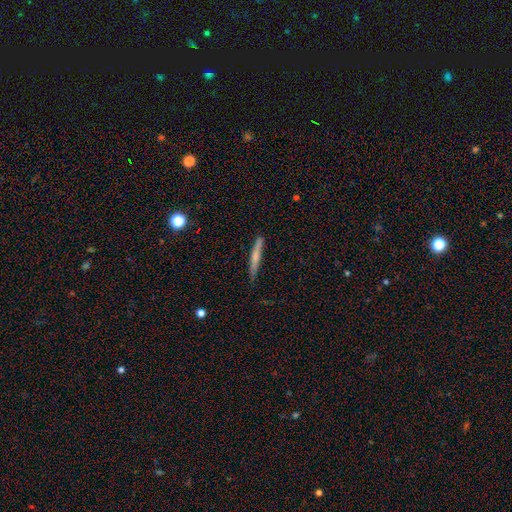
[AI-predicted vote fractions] Smooth or featured: smooth — 58% (featured or disk — 35%)
How rounded: cigar-shaped — 94% (in between — 4%)
Merging: none — 81% (minor disturbance — 15%)